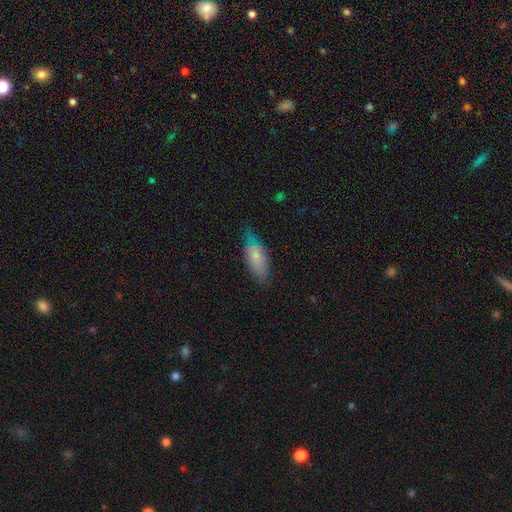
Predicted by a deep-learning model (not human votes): This is likely a smooth galaxy (71%). How rounded: likely in between (77%). Merging: likely none (62%).